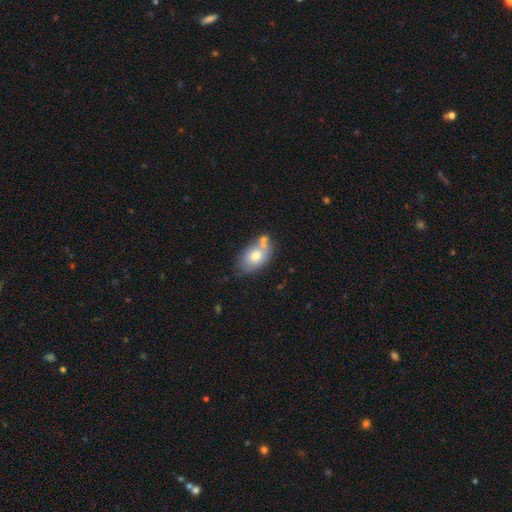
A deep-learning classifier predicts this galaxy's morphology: smooth-or-featured: smooth: 71% | featured or disk: 21% | star or artifact: 8%
  how-rounded: in between: 88% | round: 11% | cigar-shaped: 2%
  merging: none: 52% | minor disturbance: 21% | merger: 21% | major disturbance: 5%